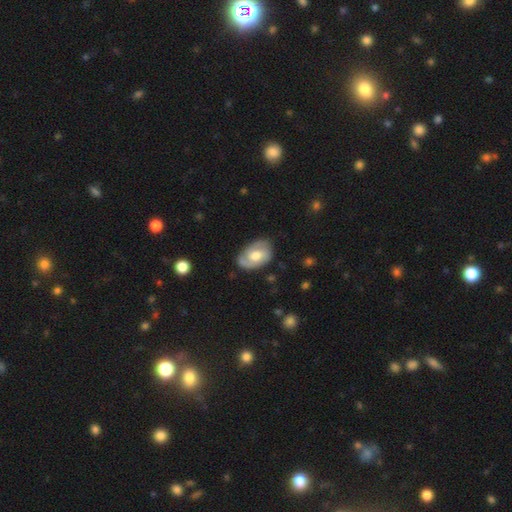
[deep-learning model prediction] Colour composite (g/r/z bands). It shows a featured or disk galaxy (66%) with no bar (63%), 2 (58%) tight (44%) spiral arms (83%) and a moderate central bulge (68%). Merging: none (70%).